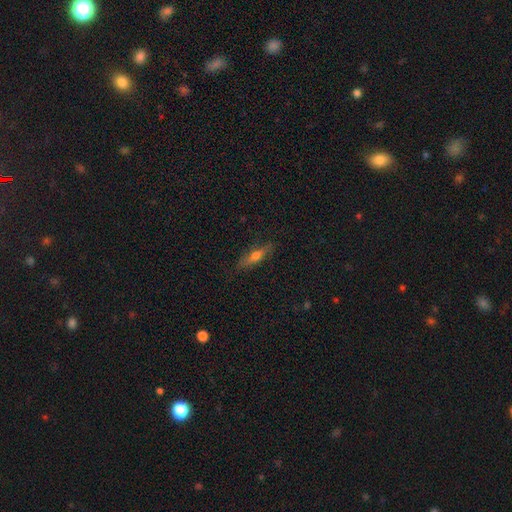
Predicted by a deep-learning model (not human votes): Smooth or featured?
  - smooth: 46% * (tied)
  - featured or disk: 46% * (tied)
  - star or artifact: 8%
Merging?
  - none: 84% *
  - minor disturbance: 12%
  - major disturbance: 2%
  - merger: 1%